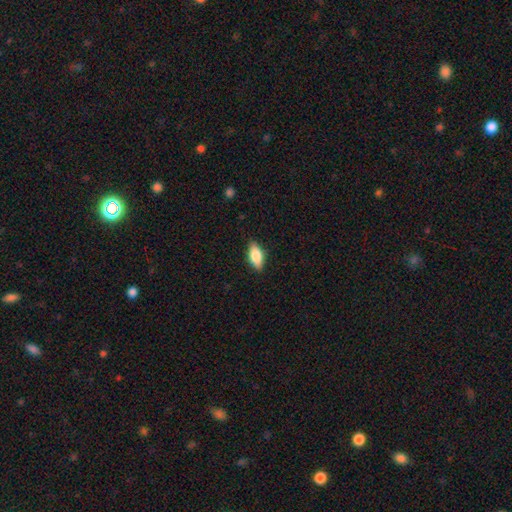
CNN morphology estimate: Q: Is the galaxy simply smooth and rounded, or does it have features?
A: smooth — 80%.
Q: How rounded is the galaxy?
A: in between — 84%.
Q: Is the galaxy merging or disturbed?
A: none — 85%.